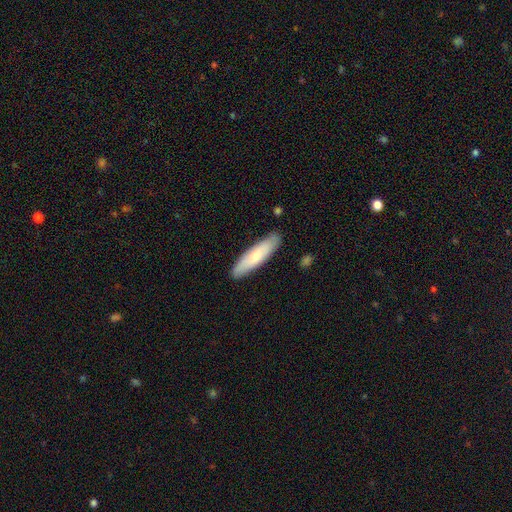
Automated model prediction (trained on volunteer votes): This appears to be a smooth galaxy with no disk features (71%) that is cigar-shaped (72%). Merging: none (86%).